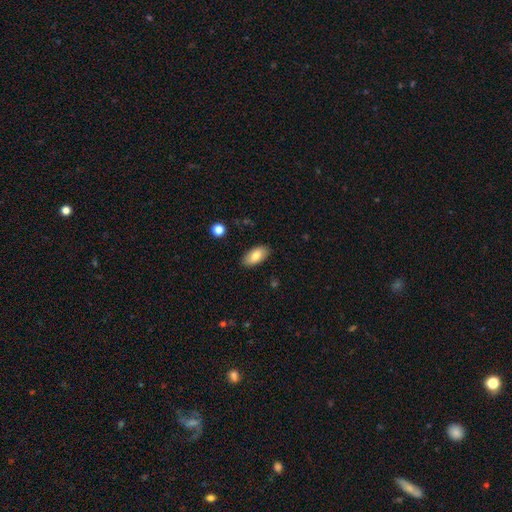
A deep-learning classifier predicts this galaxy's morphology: A smooth galaxy with no disk features (82%) that is in between round and cigar-shaped (93%).

Vote fractions:
- Smooth or featured? smooth: 82% / featured or disk: 11% / star or artifact: 7%
- How rounded? in between: 93% / cigar-shaped: 4% / round: 2%
- Merging? none: 87% / minor disturbance: 10% / major disturbance: 2% / merger: 1%